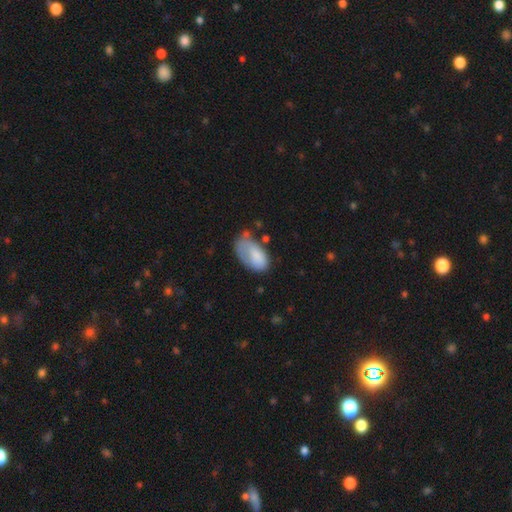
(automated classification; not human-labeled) smooth 75%, featured or disk 18%, star or artifact 7%. Down the decision tree: how rounded — in between (94%); merging — none (34%).